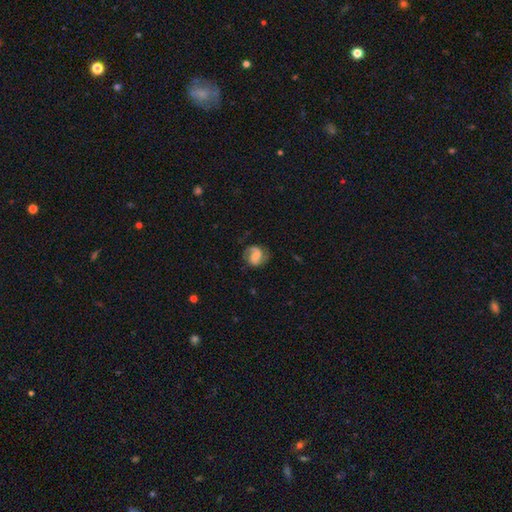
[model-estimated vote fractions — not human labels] This is likely a featured or disk galaxy (71%). It is clearly not viewed edge-on (98%). Bar: possibly weak (46%). Spiral arm pattern: clearly yes (93%). Spiral arm count: clearly 2 (81%). Spiral winding: possibly medium (49%). Central bulge: marginally none (28%, tied with small). Merging: likely none (70%).